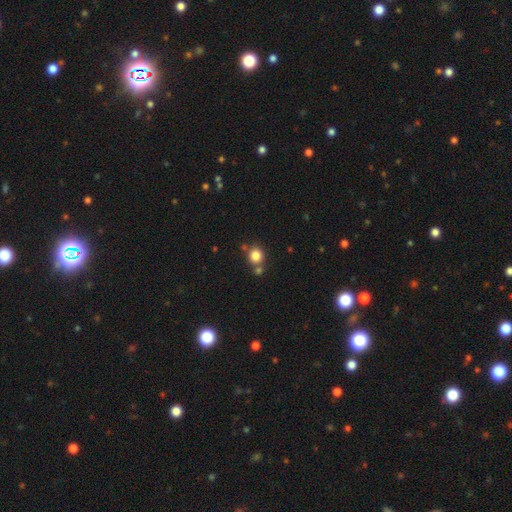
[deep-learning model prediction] Smooth or featured? Predicted: smooth (p=0.83). How rounded? Predicted: round (p=0.88). Merging? Predicted: none (p=0.69).